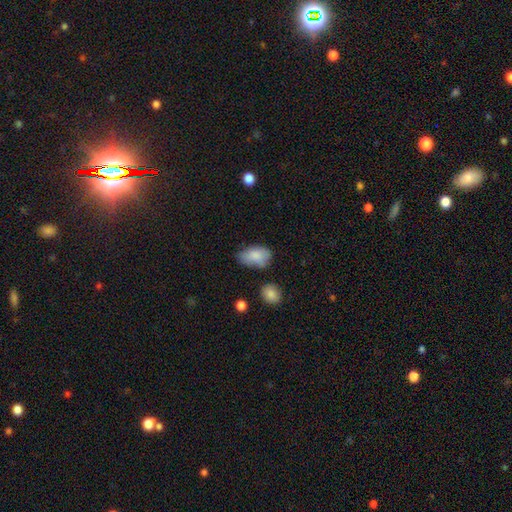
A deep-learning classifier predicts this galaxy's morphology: A smooth galaxy with no disk features (83%) that is in between round and cigar-shaped (91%). Merging: none (51%).